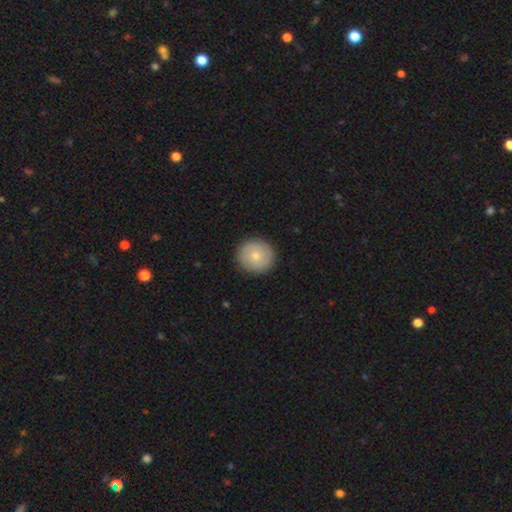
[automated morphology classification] The model was most divided on "smooth or featured": smooth: 69%, featured or disk: 24%, star or artifact: 7%. More confident: how rounded — round (93%); merging — none (90%).